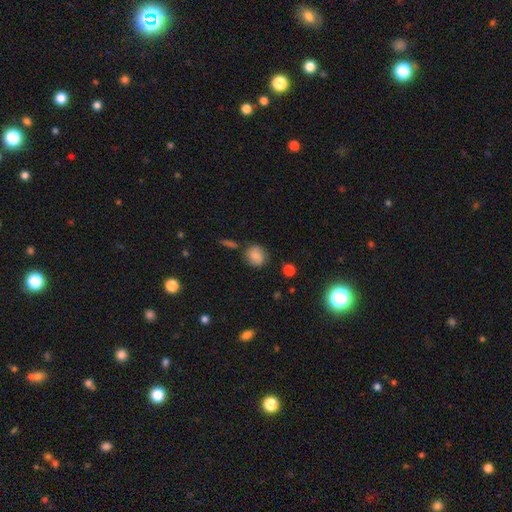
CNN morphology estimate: type=smooth (80%); roundness=round (79%); merging=none (75%).